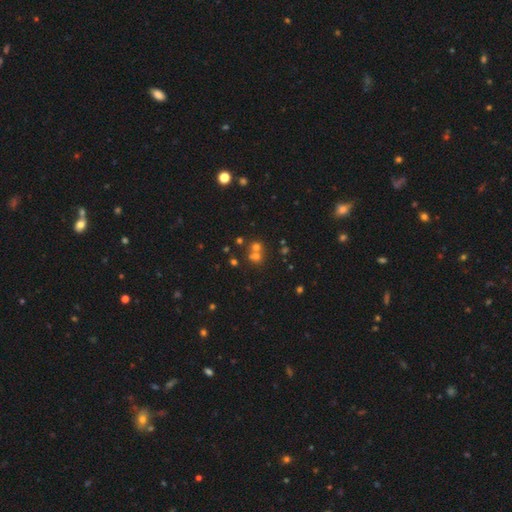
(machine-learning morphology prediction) Smooth or featured?
  - smooth: 56% *
  - star or artifact: 28%
  - featured or disk: 16%
How rounded?
  - round: 83% *
  - in between: 16%
  - cigar-shaped: 1%
Merging?
  - merger: 48% *
  - none: 43%
  - minor disturbance: 6%
  - major disturbance: 3%